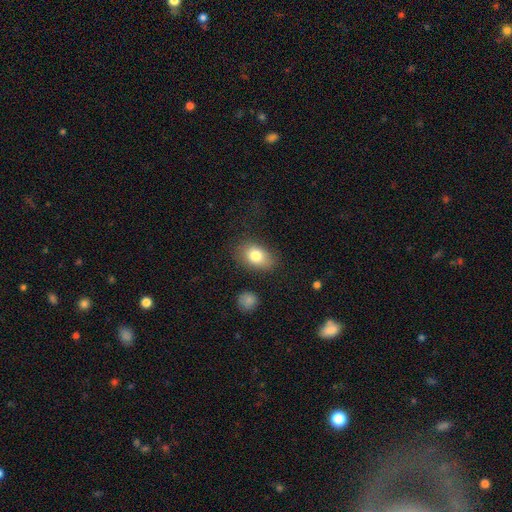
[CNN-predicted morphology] Smooth or featured? Predicted: smooth (p=0.79). How rounded? Predicted: in between (p=0.81). Merging? Predicted: none (p=0.77).